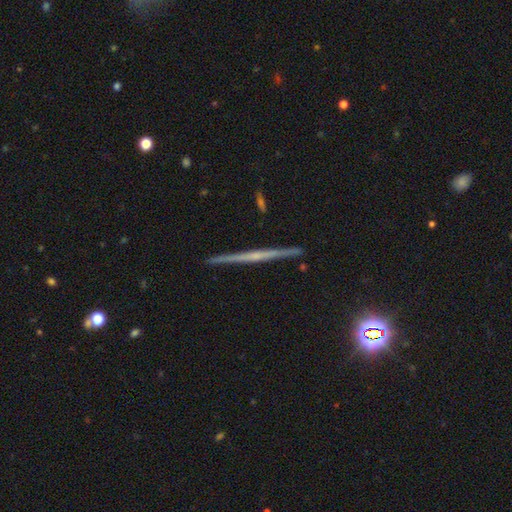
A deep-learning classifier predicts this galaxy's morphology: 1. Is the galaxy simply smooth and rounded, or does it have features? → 73% featured or disk, 18% smooth, 9% star or artifact.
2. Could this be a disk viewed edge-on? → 98% yes, 2% no.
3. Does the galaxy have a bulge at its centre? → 62% none, 30% rounded, 8% boxy.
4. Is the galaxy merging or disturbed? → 92% none, 5% minor disturbance, 1% merger, 1% major disturbance.